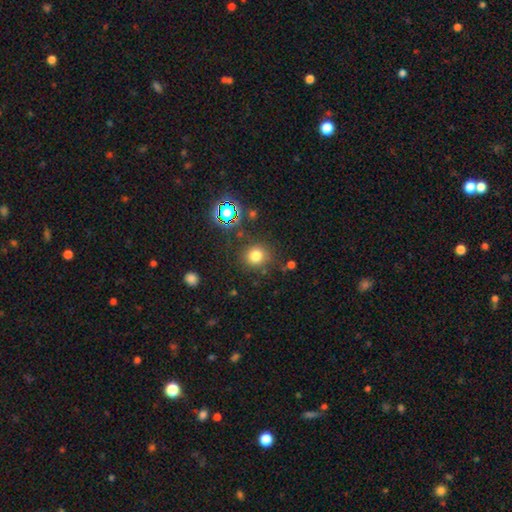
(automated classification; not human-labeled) smooth-or-featured: smooth: 75% | star or artifact: 18% | featured or disk: 7%
  how-rounded: round: 87% | in between: 12% | cigar-shaped: 1%
  merging: none: 83% | minor disturbance: 10% | major disturbance: 4% | merger: 4%